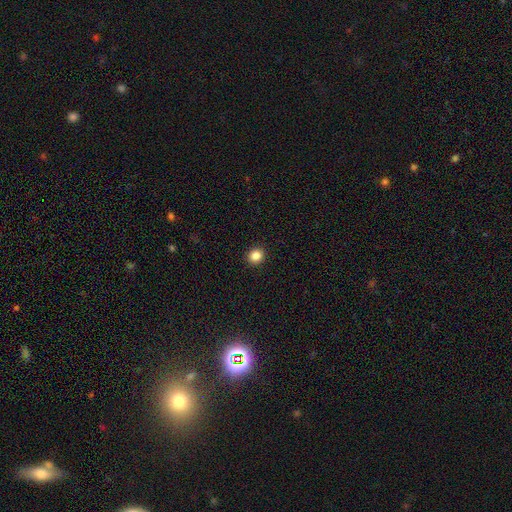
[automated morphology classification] Smooth or featured? smooth (85%)
How rounded? round (84%)
Merging? none (93%)